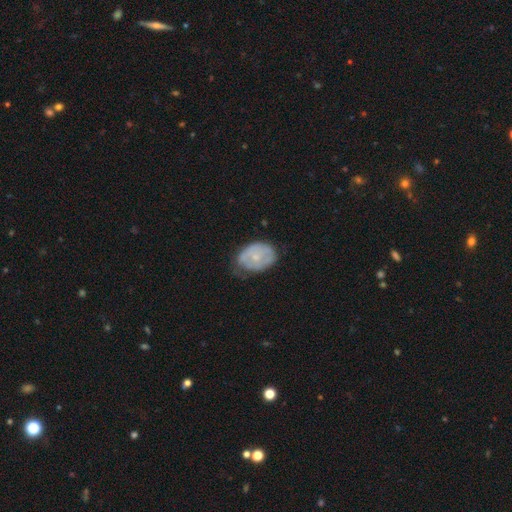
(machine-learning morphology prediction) Smooth or featured? Predicted: smooth (p=0.48). Merging? Predicted: none (p=0.50).